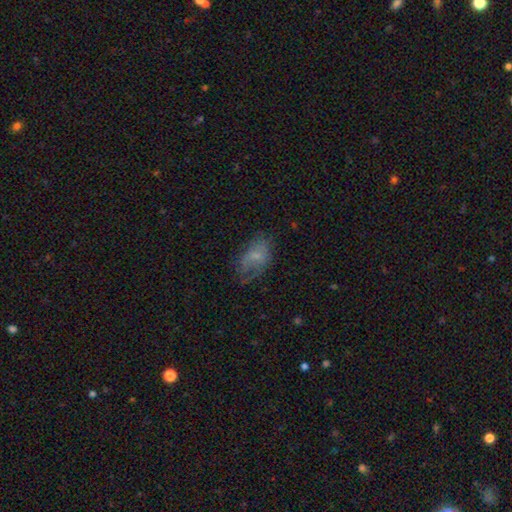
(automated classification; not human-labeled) Smooth or featured? smooth (56%)
How rounded? in between (87%)
Merging? none (44%)